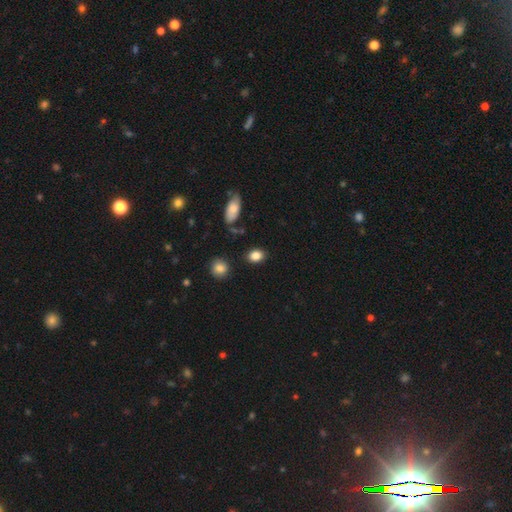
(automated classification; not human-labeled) Morphology: type=smooth (86%); roundness=in between (67%); merging=none (85%).